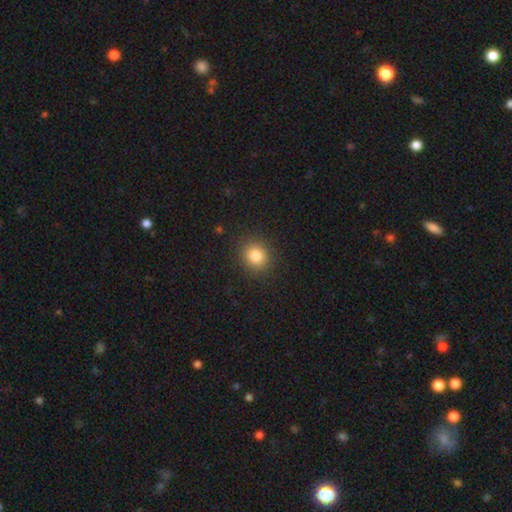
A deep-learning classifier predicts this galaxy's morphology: This appears to be a smooth galaxy with no disk features (82%) that is round (80%). Merging: none (90%).